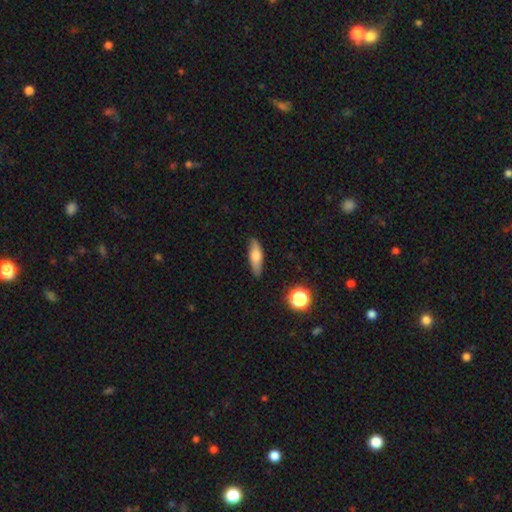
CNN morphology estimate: smooth_or_featured: smooth (p=0.70) [alt: featured or disk p=0.23]
how_rounded: in between (p=0.53) [alt: cigar-shaped p=0.43]
merging: none (p=0.85) [alt: minor disturbance p=0.12]